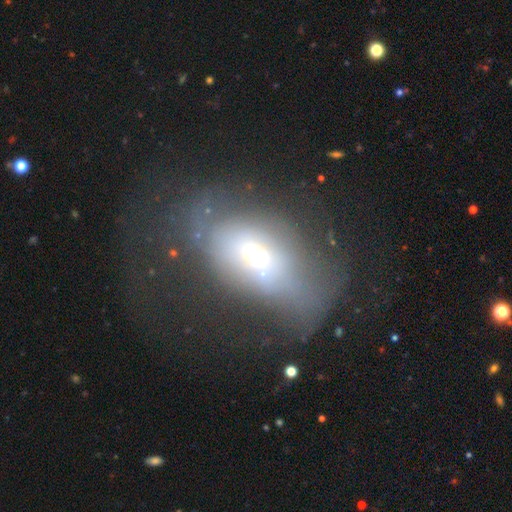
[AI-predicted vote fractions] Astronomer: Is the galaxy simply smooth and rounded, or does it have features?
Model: smooth — 51% (runner-up: featured or disk, 34%).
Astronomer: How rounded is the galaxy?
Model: in between — 69%.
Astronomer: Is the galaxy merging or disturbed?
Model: major disturbance — 44% (runner-up: none, 27%).